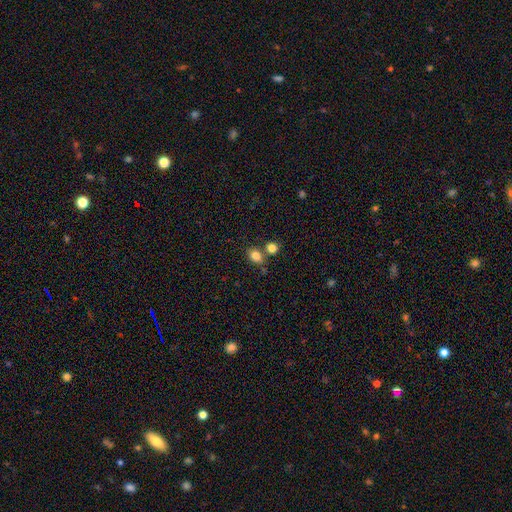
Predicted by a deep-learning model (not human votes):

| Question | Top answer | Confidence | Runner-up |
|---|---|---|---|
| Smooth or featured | smooth | 83% | star or artifact (11%) |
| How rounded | in between | 52% | round (47%) |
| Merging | none | 64% | merger (23%) |